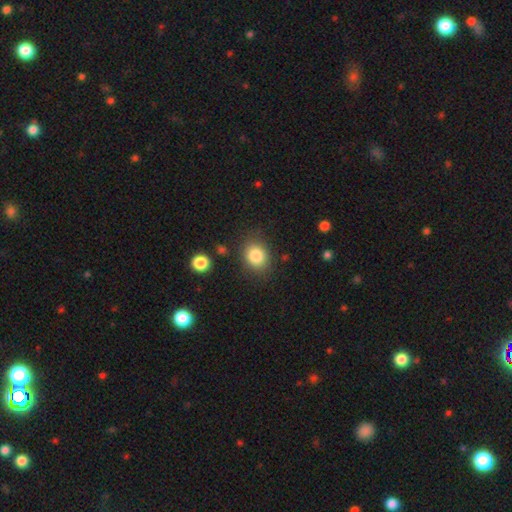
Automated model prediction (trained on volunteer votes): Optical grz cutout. It shows a smooth galaxy with no disk features (84%) that is round (56%). Merging: none (81%).